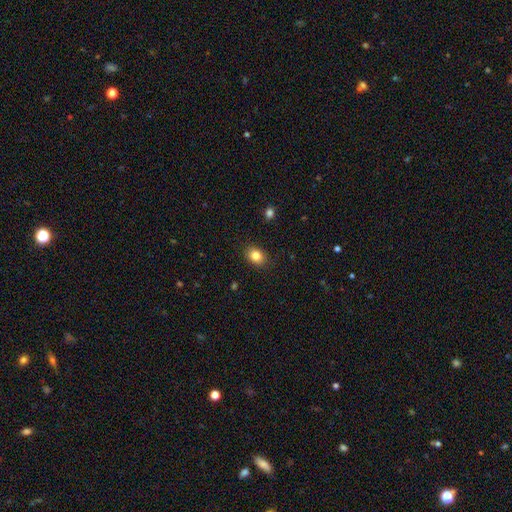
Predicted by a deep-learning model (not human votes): smooth-or-featured: smooth: 84% | star or artifact: 10% | featured or disk: 6%
  how-rounded: in between: 63% | round: 36% | cigar-shaped: 1%
  merging: none: 88% | minor disturbance: 9% | major disturbance: 2% | merger: 1%